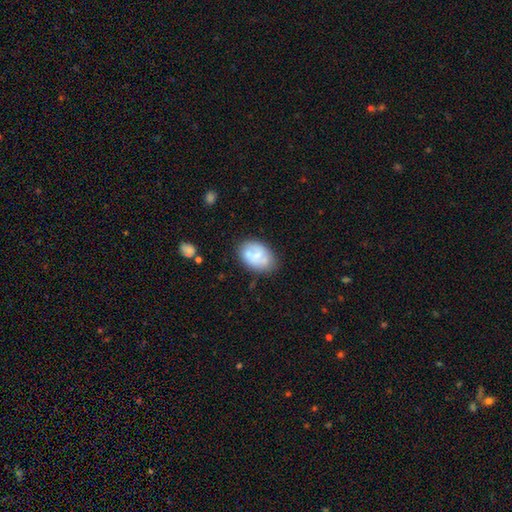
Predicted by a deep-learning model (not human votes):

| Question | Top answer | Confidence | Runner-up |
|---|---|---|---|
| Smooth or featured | smooth | 59% | featured or disk (33%) |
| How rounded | in between | 81% | round (18%) |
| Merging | none | 61% | minor disturbance (24%) |